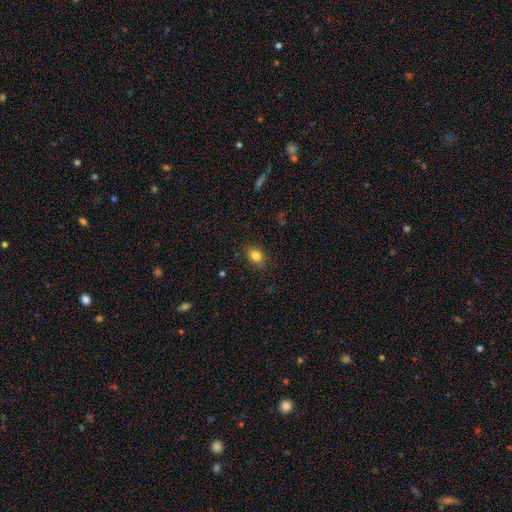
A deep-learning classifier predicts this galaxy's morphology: Smooth or featured? Predicted: smooth (p=0.82). How rounded? Predicted: in between (p=0.59). Merging? Predicted: none (p=0.86).